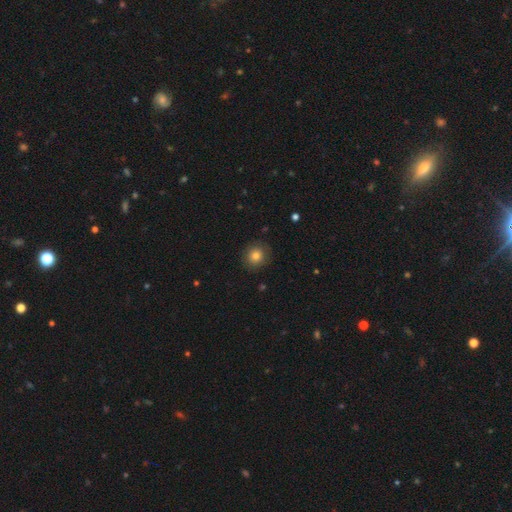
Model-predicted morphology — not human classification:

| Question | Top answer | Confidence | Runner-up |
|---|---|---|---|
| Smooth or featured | smooth | 80% | star or artifact (11%) |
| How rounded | round | 88% | in between (11%) |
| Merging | none | 86% | minor disturbance (10%) |